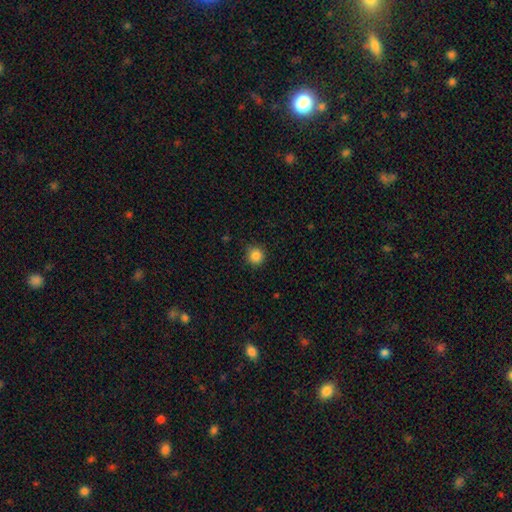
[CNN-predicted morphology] smooth_or_featured: smooth (p=0.86) [alt: star or artifact p=0.10]
how_rounded: round (p=0.92) [alt: in between p=0.07]
merging: none (p=0.88) [alt: minor disturbance p=0.09]